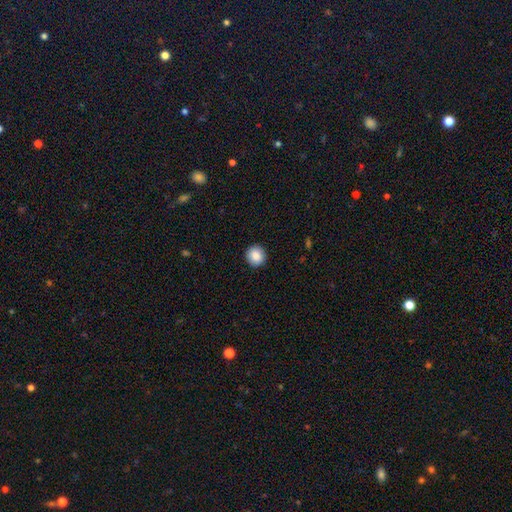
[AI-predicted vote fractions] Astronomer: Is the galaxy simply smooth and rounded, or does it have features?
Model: smooth — 87%.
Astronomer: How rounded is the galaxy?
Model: round — 92%.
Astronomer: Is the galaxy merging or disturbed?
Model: none — 93%.